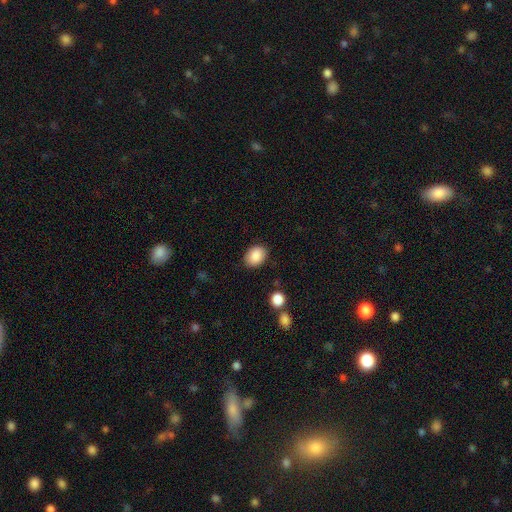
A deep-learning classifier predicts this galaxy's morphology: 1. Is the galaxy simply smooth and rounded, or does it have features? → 88% smooth, 8% star or artifact, 4% featured or disk.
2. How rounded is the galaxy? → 68% in between, 31% round, 1% cigar-shaped.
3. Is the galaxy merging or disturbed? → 86% none, 10% minor disturbance, 3% major disturbance, 2% merger.